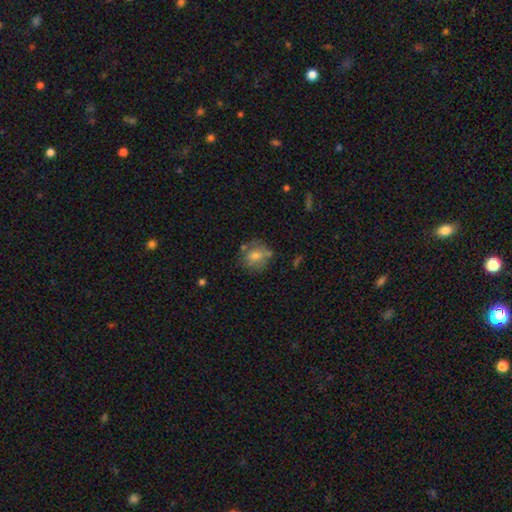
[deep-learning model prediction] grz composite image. It shows a smooth galaxy with no disk features (59%) that is round (73%). Merging: none (65%).